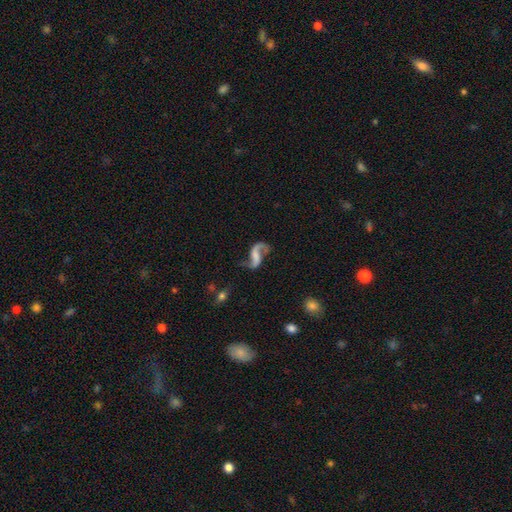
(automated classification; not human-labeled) Morphology: type=featured or disk (85%); edge-on=no (97%); bar=weak (37%); spiral arms=yes (94%); winding=loose (83%); arm count=2 (88%); bulge=none (63%); merging=none (62%).